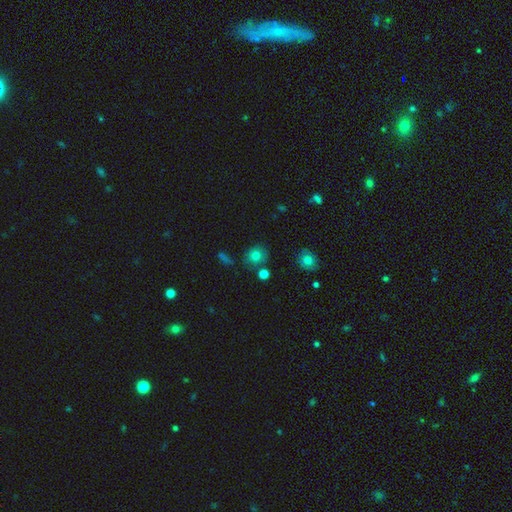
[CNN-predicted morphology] Smooth or featured? smooth (78%)
How rounded? round (79%)
Merging? none (70%)